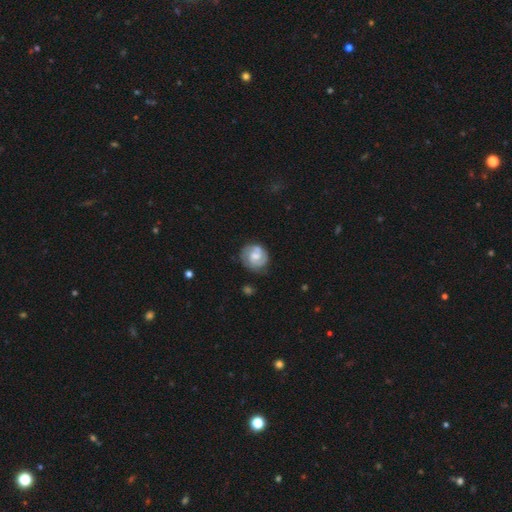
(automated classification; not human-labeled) Smooth or featured?
  - featured or disk: 63% *
  - smooth: 31%
  - star or artifact: 6%
Edge-on disk?
  - no: 98% *
  - yes: 2%
Bar?
  - no: 51% *
  - weak: 42%
  - strong: 7%
Spiral arms?
  - yes: 88% *
  - no: 12%
Spiral winding?
  - tight: 50% *
  - medium: 38%
  - loose: 12%
Spiral arm count?
  - 2: 67% *
  - can't tell: 16%
  - 3: 7%
  - 1: 6%
  - 4: 2%
  - more than 4: 2%
Bulge size?
  - moderate: 53% *
  - small: 31%
  - large: 8%
  - none: 7%
  - dominant: 1%
Merging?
  - none: 72% *
  - minor disturbance: 19%
  - major disturbance: 6%
  - merger: 3%